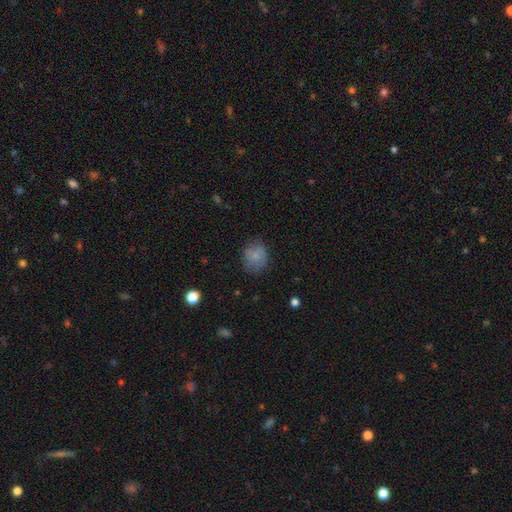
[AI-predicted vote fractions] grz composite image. It shows a smooth galaxy with no disk features (79%) that is round (70%). Merging: none (71%).